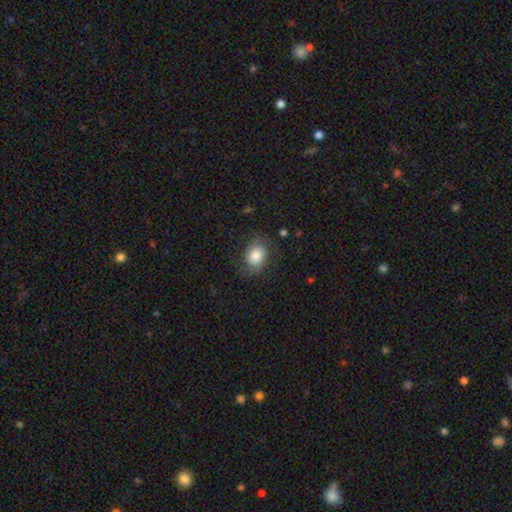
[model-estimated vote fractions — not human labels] Overall: smooth (71%). How rounded: in between (66%; round 33%). Merging: none (70%).